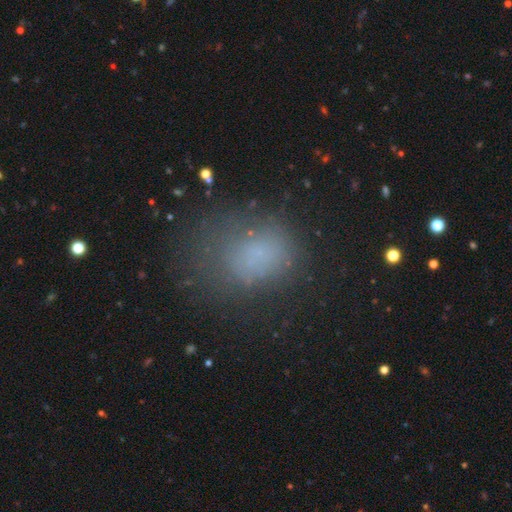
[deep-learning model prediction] Smooth or featured: smooth — 67% (star or artifact — 20%)
How rounded: in between — 59% (round — 40%)
Merging: none — 56% (minor disturbance — 22%)